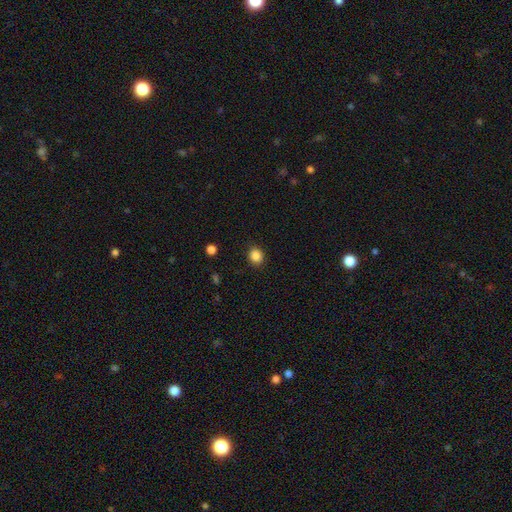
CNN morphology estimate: Smooth or featured: smooth — 86% (star or artifact — 11%)
How rounded: round — 73% (in between — 26%)
Merging: none — 89% (minor disturbance — 8%)